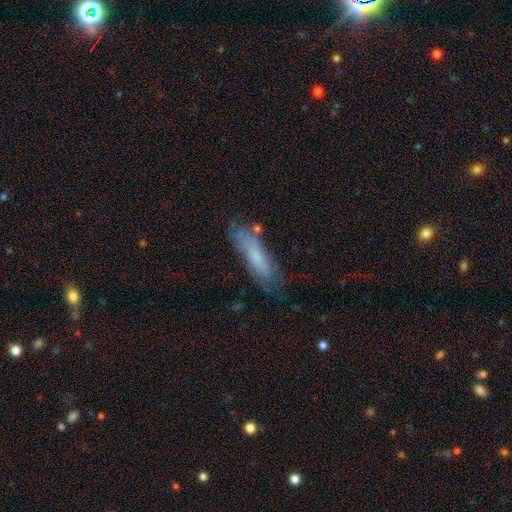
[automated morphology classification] A smooth galaxy with no disk features (60%) that is cigar-shaped (61%). Merging: none (65%).